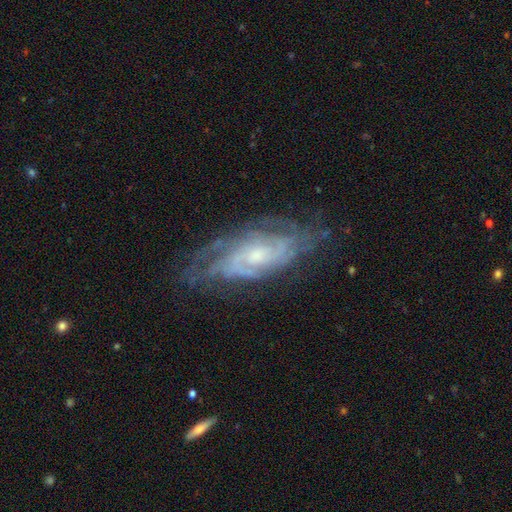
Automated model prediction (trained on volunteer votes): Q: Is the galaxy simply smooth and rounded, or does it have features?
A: featured or disk — 84%.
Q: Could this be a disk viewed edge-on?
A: no — 91%.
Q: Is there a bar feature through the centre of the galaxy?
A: no — 63%.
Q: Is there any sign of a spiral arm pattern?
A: yes — 94%.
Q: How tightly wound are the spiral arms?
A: tight — 61%.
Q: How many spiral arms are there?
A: can't tell — 41%.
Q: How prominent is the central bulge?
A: small — 52%.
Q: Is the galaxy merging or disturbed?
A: none — 69%.